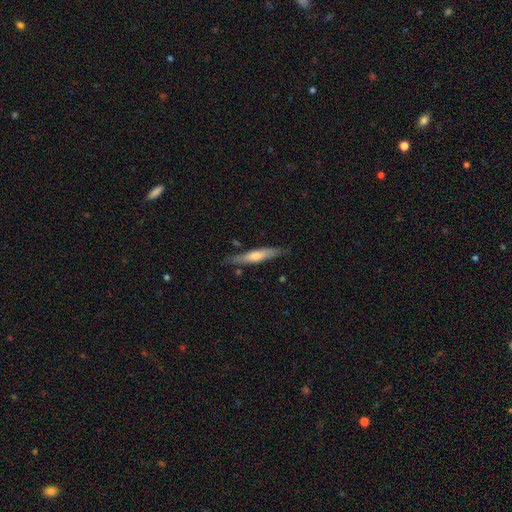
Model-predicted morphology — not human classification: Q: Smooth or featured?
A: featured or disk (56%); runner-up: smooth (37%)
Q: Edge-on disk?
A: yes (90%); runner-up: no (10%)
Q: Edge-on bulge?
A: rounded (63%); runner-up: none (24%)
Q: Merging?
A: none (82%); runner-up: minor disturbance (13%)